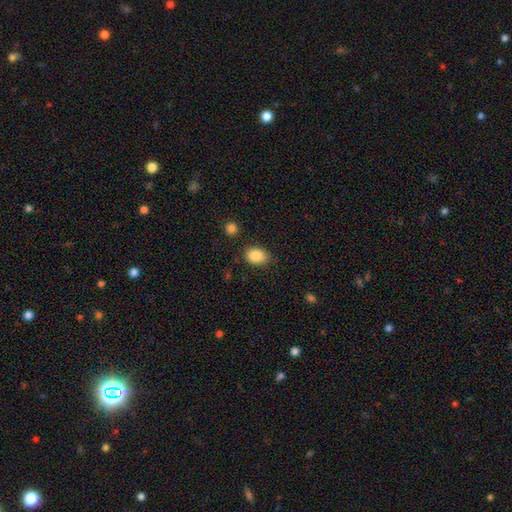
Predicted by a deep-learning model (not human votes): The model was most divided on "how rounded": in between: 76%, round: 23%, cigar-shaped: 1%. More confident: smooth or featured — smooth (87%); merging — none (76%).